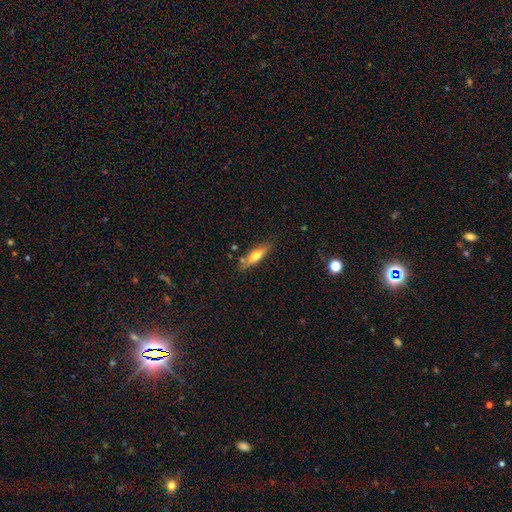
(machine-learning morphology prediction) Smooth or featured? Predicted: smooth (p=0.61). How rounded? Predicted: cigar-shaped (p=0.56). Merging? Predicted: none (p=0.76).